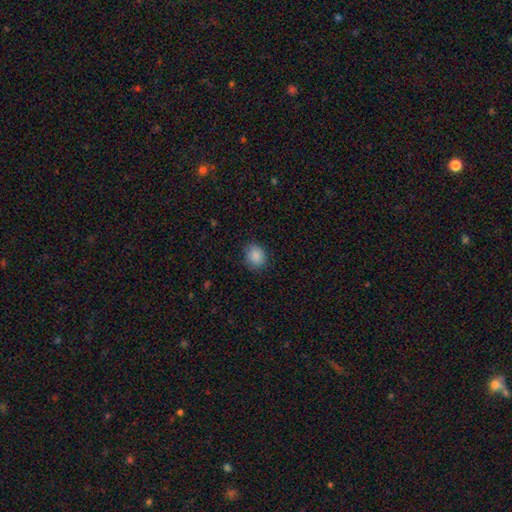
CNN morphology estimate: The model was most divided on "how rounded": round: 59%, in between: 40%, cigar-shaped: 1%. More confident: smooth or featured — smooth (88%); merging — none (86%).